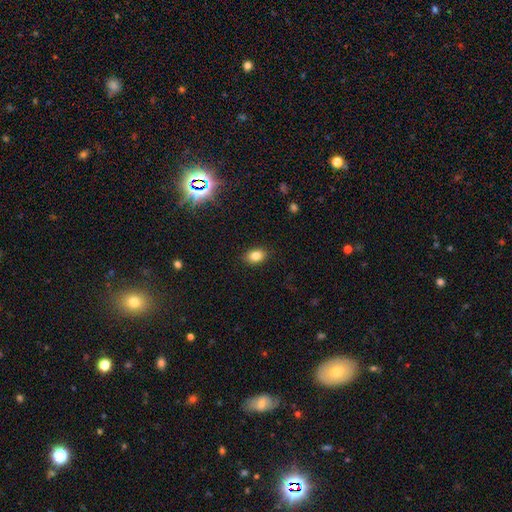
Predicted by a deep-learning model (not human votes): smooth 82%, star or artifact 11%, featured or disk 7%. Down the decision tree: how rounded — in between (79%); merging — none (88%).